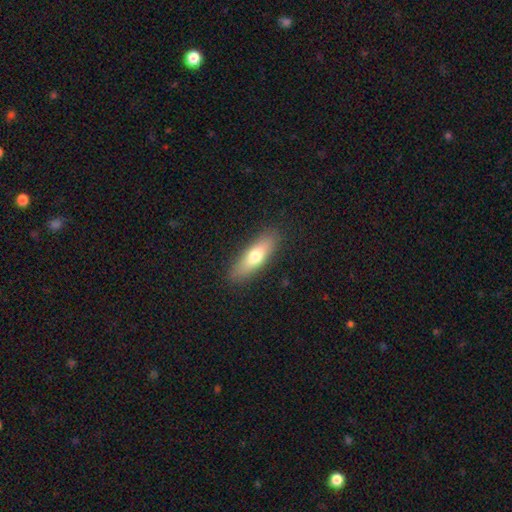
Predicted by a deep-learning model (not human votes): A smooth galaxy with no disk features (68%) that is cigar-shaped (50%). Merging: none (88%).